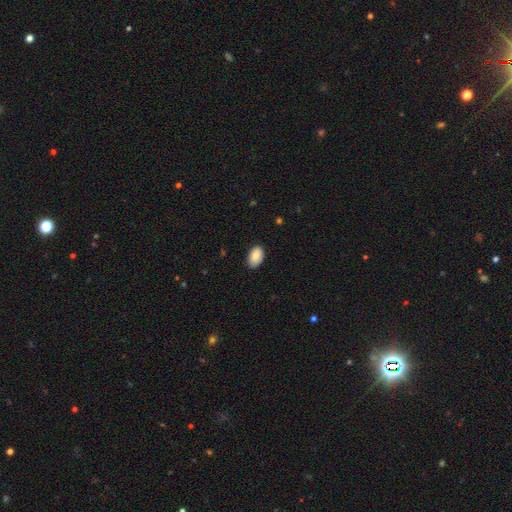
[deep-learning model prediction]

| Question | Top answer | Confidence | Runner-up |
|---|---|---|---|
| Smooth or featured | smooth | 85% | featured or disk (9%) |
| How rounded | in between | 93% | round (6%) |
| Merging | none | 81% | minor disturbance (15%) |